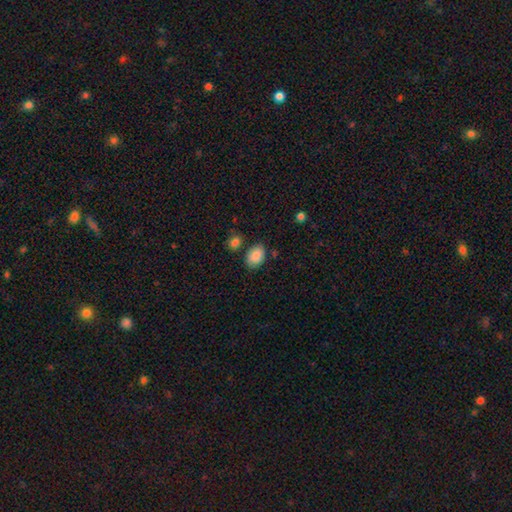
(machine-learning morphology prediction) Q: Smooth or featured?
A: smooth (88%); runner-up: star or artifact (7%)
Q: How rounded?
A: in between (83%); runner-up: round (16%)
Q: Merging?
A: none (78%); runner-up: minor disturbance (14%)